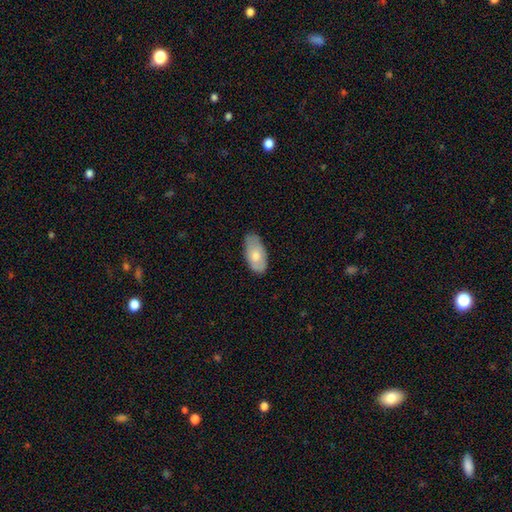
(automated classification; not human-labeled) Smooth or featured? smooth (68%)
How rounded? in between (94%)
Merging? none (70%)